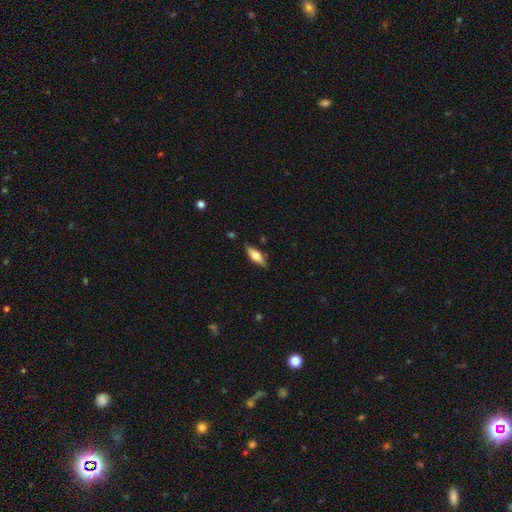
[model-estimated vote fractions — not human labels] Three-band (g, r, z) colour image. It shows a smooth galaxy with no disk features (53%) that is in between round and cigar-shaped (57%). Merging: none (84%).